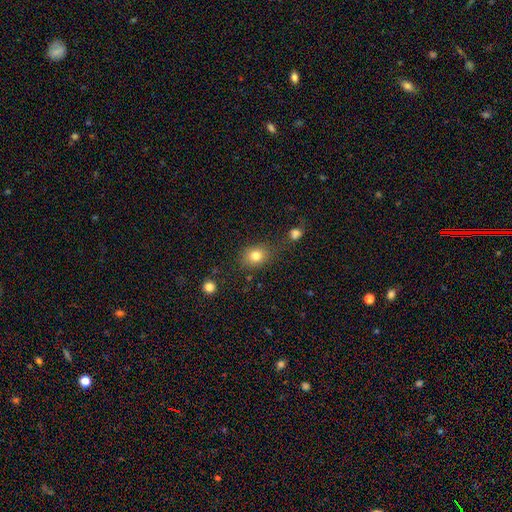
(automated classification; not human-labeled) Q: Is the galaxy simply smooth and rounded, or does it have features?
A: smooth — 80%.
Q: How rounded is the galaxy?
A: round — 56%.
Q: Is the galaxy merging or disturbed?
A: none — 72%.